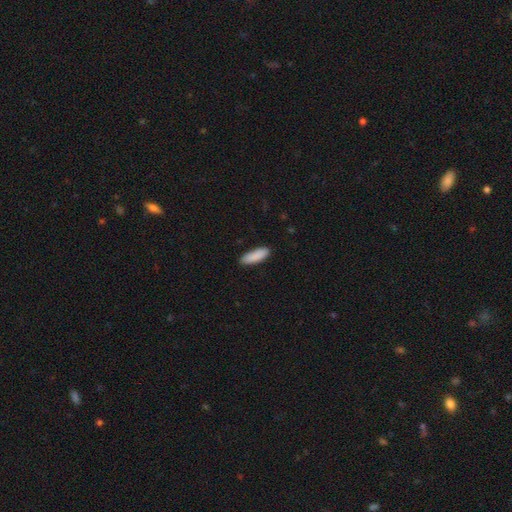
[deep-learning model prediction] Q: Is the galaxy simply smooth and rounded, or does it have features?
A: smooth — 90%.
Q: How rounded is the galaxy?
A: in between — 55%.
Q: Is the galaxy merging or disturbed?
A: none — 88%.